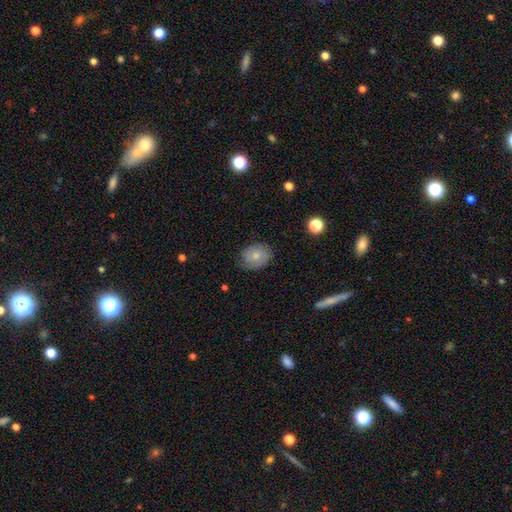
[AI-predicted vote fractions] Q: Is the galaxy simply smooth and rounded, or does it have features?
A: smooth — 68%.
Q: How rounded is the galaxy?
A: round — 50%.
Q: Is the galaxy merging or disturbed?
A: none — 70%.